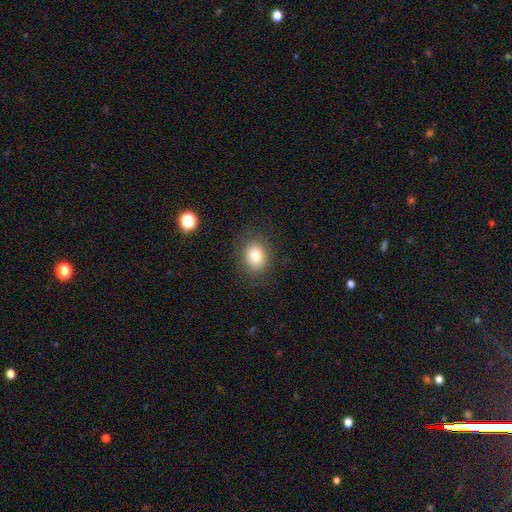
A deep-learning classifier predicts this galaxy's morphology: Q: Smooth or featured?
A: smooth (80%); runner-up: star or artifact (11%)
Q: How rounded?
A: round (50%); tied with: in between (50%)
Q: Merging?
A: none (85%); runner-up: minor disturbance (10%)